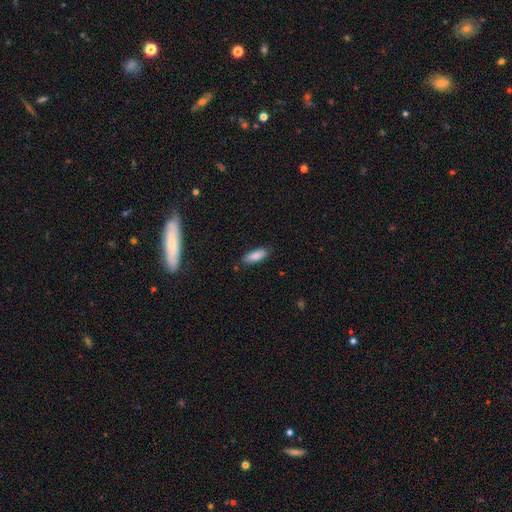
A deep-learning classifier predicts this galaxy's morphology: This appears to be a smooth galaxy with no disk features (84%) that is in between round and cigar-shaped (70%). Merging: none (83%).